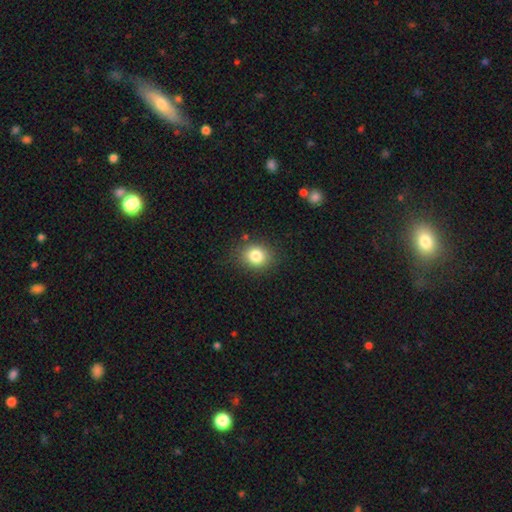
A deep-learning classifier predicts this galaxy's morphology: smooth 82%, star or artifact 11%, featured or disk 7%. Down the decision tree: how rounded — round (68%); merging — none (85%).